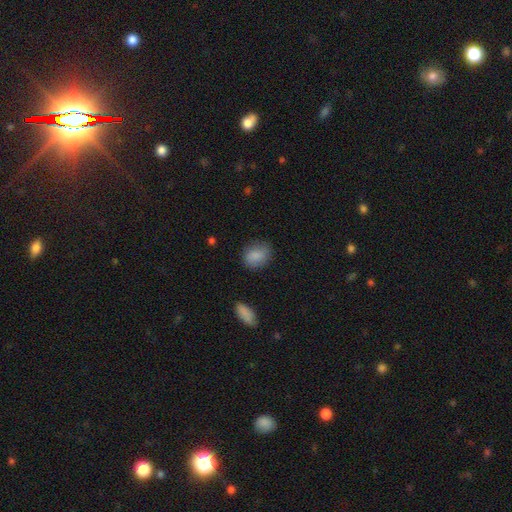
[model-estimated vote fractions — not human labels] Smooth or featured?
  - smooth: 86% *
  - star or artifact: 8%
  - featured or disk: 6%
How rounded?
  - round: 49% * (tied)
  - in between: 49% * (tied)
  - cigar-shaped: 1%
Merging?
  - none: 77% *
  - minor disturbance: 17%
  - major disturbance: 4%
  - merger: 2%